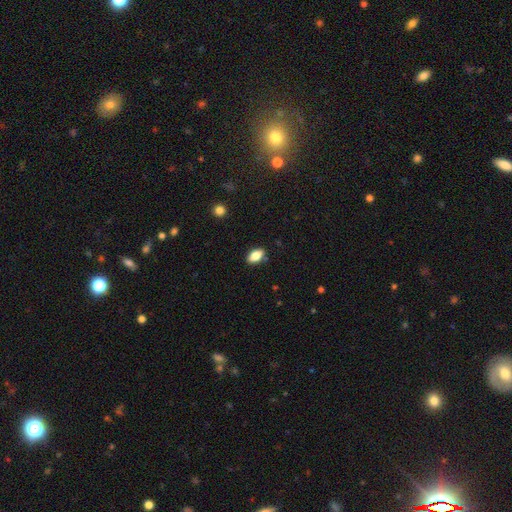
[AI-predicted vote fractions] Morphology: type=smooth (82%); roundness=in between (91%); merging=none (87%).